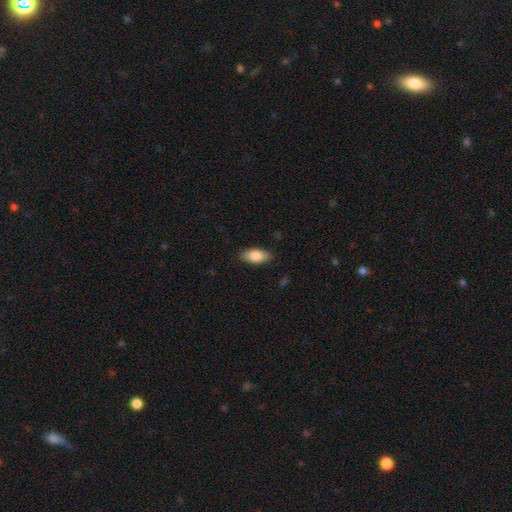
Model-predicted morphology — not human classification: smooth_or_featured: smooth (p=0.81) [alt: featured or disk p=0.12]
how_rounded: in between (p=0.88) [alt: cigar-shaped p=0.09]
merging: none (p=0.86) [alt: minor disturbance p=0.11]